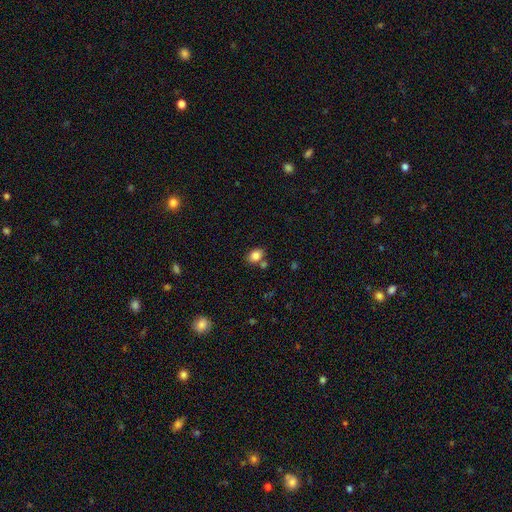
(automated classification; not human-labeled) This appears to be a smooth galaxy with no disk features (83%) that is in between round and cigar-shaped (66%). Merging: none (70%).